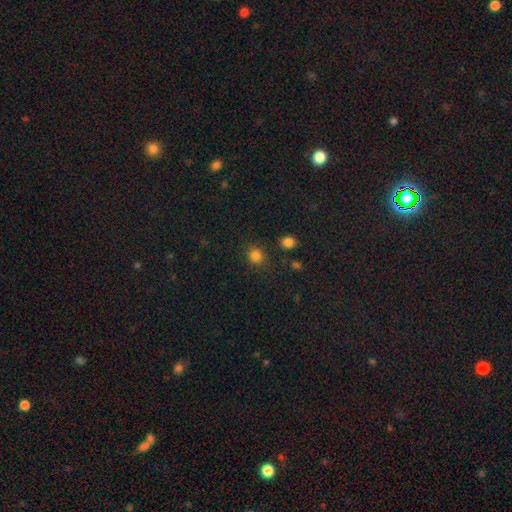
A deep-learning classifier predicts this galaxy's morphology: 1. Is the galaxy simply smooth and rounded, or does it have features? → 82% smooth, 13% star or artifact, 4% featured or disk.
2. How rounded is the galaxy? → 84% round, 15% in between, 1% cigar-shaped.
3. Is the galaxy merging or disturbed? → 85% none, 9% minor disturbance, 3% major disturbance, 3% merger.